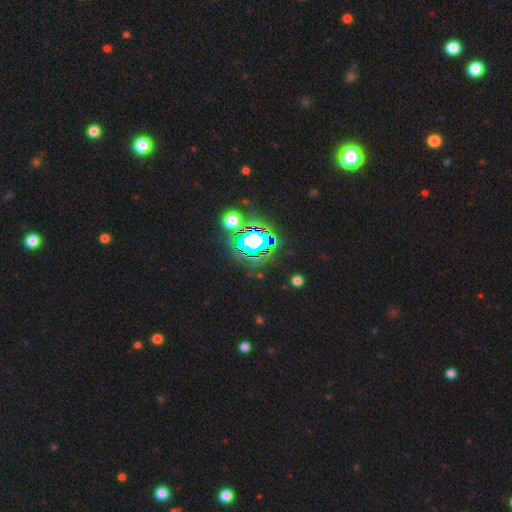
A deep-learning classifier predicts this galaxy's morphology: A star or artifact, not a galaxy (82%).

Vote fractions:
- Smooth or featured? star or artifact: 82% / smooth: 12% / featured or disk: 6%